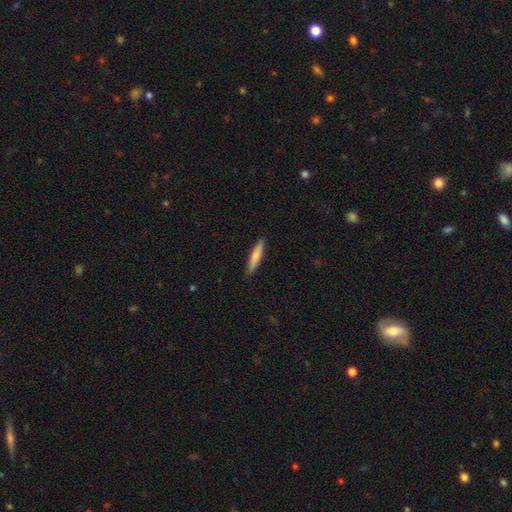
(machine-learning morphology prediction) Smooth or featured: smooth — 74% (featured or disk — 21%)
How rounded: cigar-shaped — 90% (in between — 9%)
Merging: none — 89% (minor disturbance — 8%)